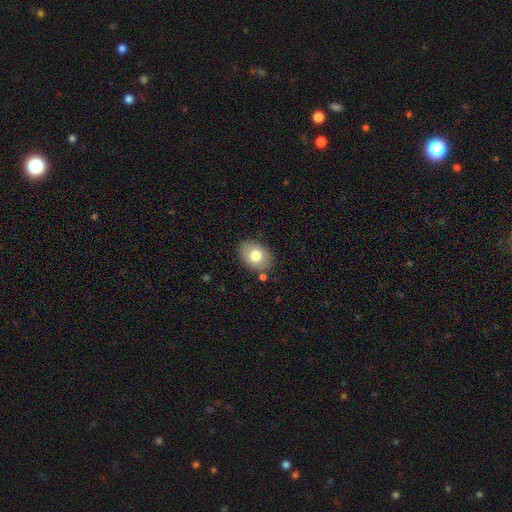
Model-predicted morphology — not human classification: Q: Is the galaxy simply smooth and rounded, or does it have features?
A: smooth — 76%.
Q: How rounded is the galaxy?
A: in between — 71%.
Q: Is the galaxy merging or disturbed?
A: none — 82%.